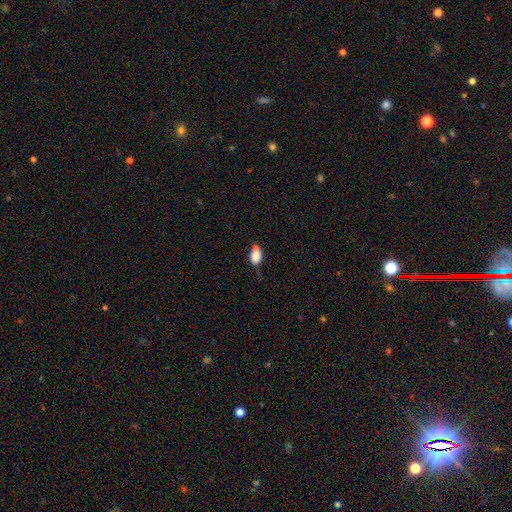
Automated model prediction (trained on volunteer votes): Overall: smooth (83%). How rounded: in between (88%). Merging: none (43%; minor disturbance 29%).